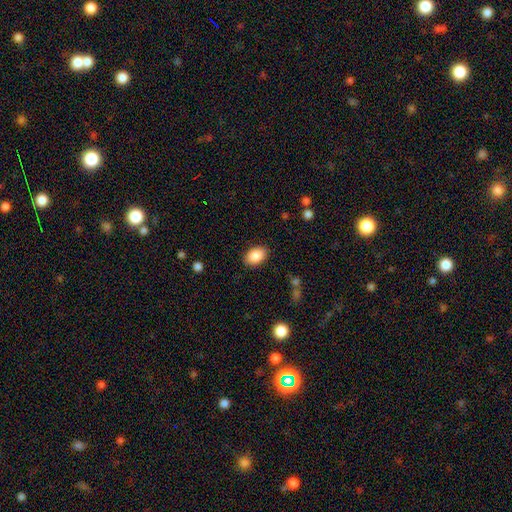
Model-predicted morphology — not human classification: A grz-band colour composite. It shows a smooth galaxy with no disk features (88%) that is in between round and cigar-shaped (85%). Merging: none (87%).